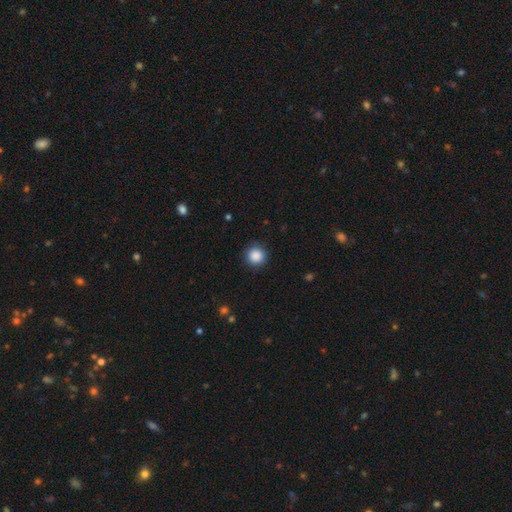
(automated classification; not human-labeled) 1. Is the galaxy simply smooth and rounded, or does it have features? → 88% smooth, 9% star or artifact, 3% featured or disk.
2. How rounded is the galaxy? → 95% round, 4% in between, 1% cigar-shaped.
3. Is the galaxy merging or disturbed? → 90% none, 7% minor disturbance, 2% major disturbance, 1% merger.